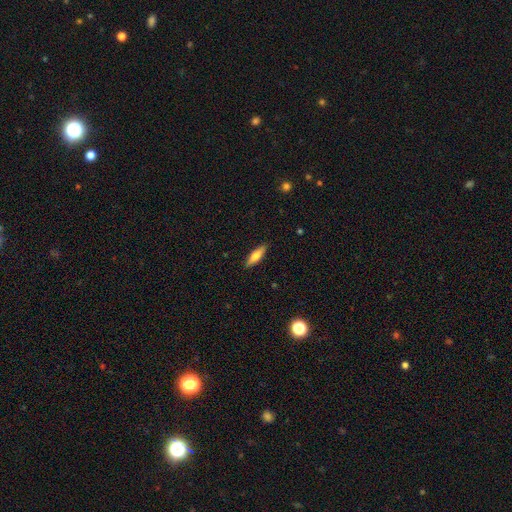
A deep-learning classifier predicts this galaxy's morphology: Overall: smooth (63%; featured or disk 31%). How rounded: cigar-shaped (62%; in between 36%). Merging: none (88%).